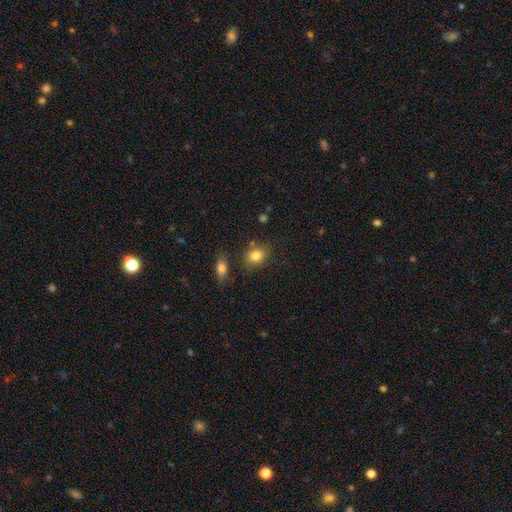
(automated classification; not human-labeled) Smooth or featured? Predicted: smooth (p=0.83). How rounded? Predicted: in between (p=0.50). Merging? Predicted: none (p=0.74).